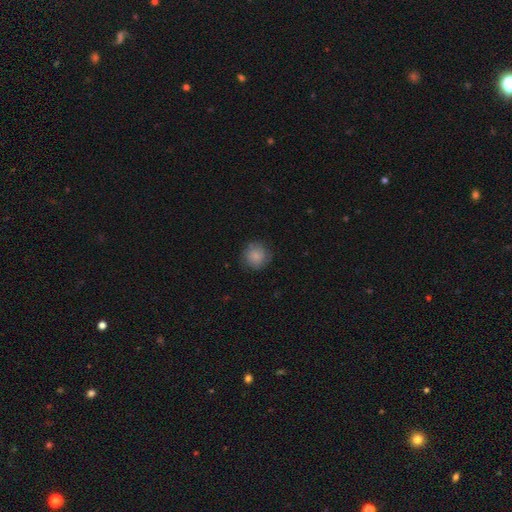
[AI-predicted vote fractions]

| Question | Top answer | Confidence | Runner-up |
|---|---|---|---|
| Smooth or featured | smooth | 83% | featured or disk (10%) |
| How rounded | round | 92% | in between (7%) |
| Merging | none | 80% | minor disturbance (15%) |